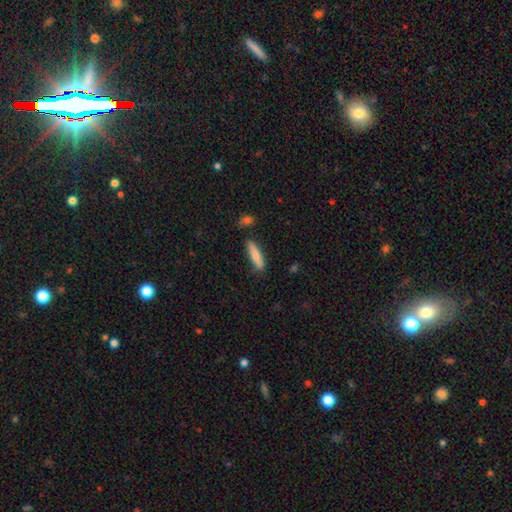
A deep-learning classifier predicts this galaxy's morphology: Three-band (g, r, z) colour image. It shows a smooth galaxy with no disk features (73%) that is cigar-shaped (73%). Merging: none (83%).